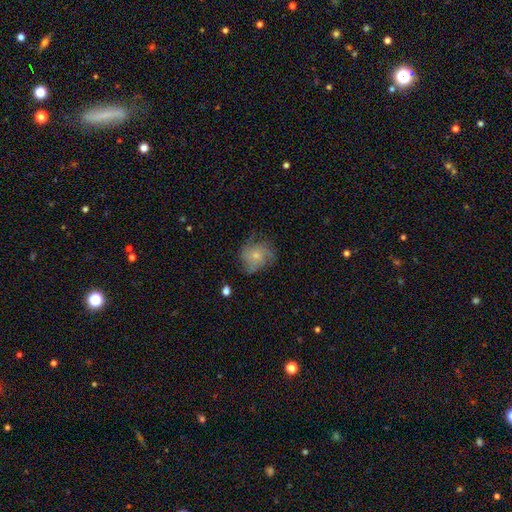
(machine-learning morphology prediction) Overall: featured or disk (48%; smooth 42%). Merging: none (59%; minor disturbance 25%).